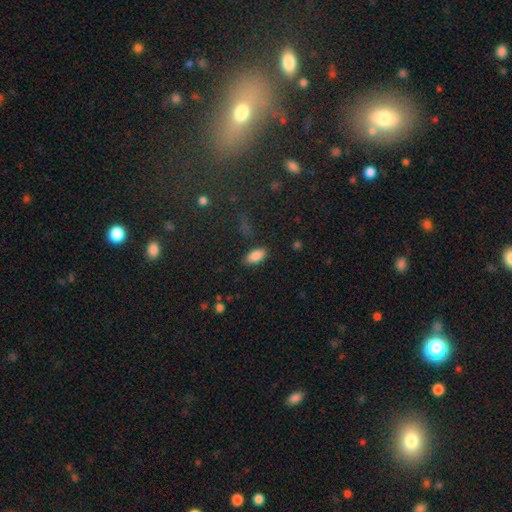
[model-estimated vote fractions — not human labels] smooth-or-featured: smooth: 86% | star or artifact: 8% | featured or disk: 6%
  how-rounded: in between: 91% | cigar-shaped: 6% | round: 3%
  merging: none: 80% | minor disturbance: 15% | major disturbance: 3% | merger: 2%